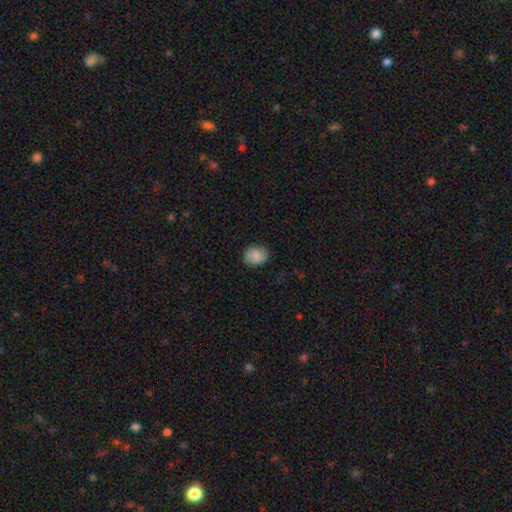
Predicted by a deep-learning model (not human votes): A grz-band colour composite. It shows a smooth galaxy with no disk features (84%) that is round (56%). Merging: none (84%).